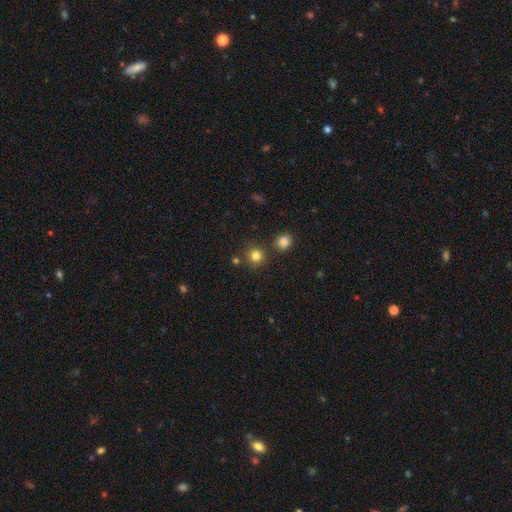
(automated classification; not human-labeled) Morphology: type=smooth (81%); roundness=round (92%); merging=none (81%).